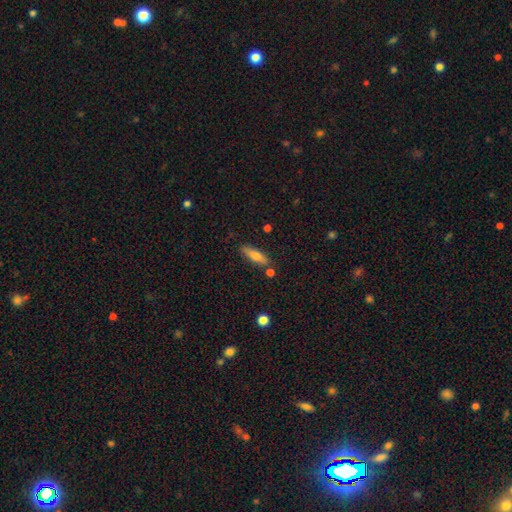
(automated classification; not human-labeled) smooth 67%, featured or disk 26%, star or artifact 7%. Down the decision tree: how rounded — cigar-shaped (60%); merging — none (79%).